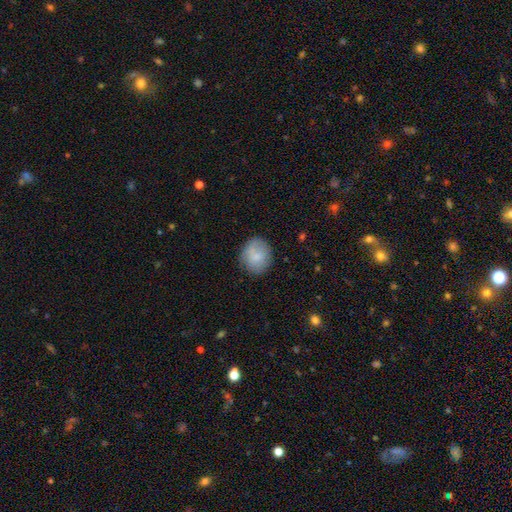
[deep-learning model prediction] smooth-or-featured: smooth: 81% | featured or disk: 12% | star or artifact: 7%
  how-rounded: round: 78% | in between: 21% | cigar-shaped: 1%
  merging: none: 80% | minor disturbance: 15% | major disturbance: 4% | merger: 2%